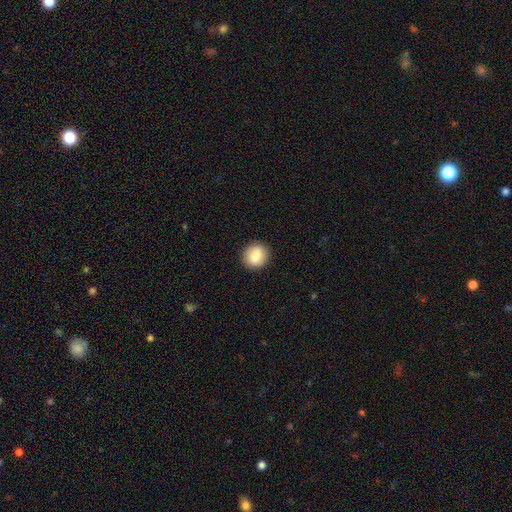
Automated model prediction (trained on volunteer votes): Morphology: type=smooth (83%); roundness=round (83%); merging=none (90%).